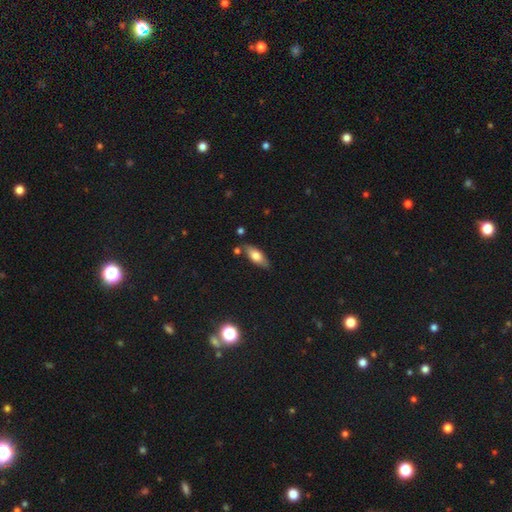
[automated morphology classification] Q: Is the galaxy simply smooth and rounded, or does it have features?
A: smooth — 67%.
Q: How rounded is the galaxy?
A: in between — 72%.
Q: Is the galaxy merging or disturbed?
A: none — 77%.